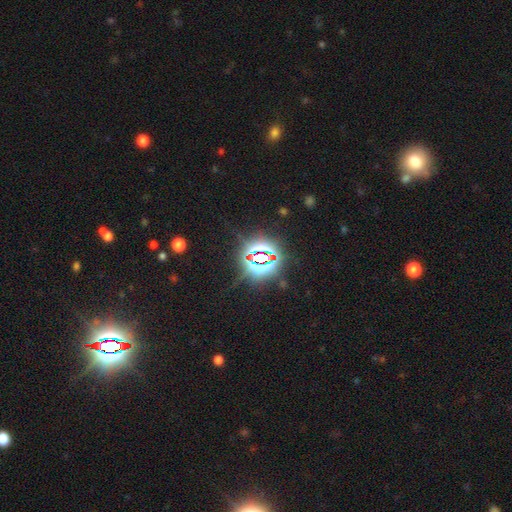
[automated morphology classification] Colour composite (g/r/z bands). It shows a star or artifact, not a galaxy (81%).